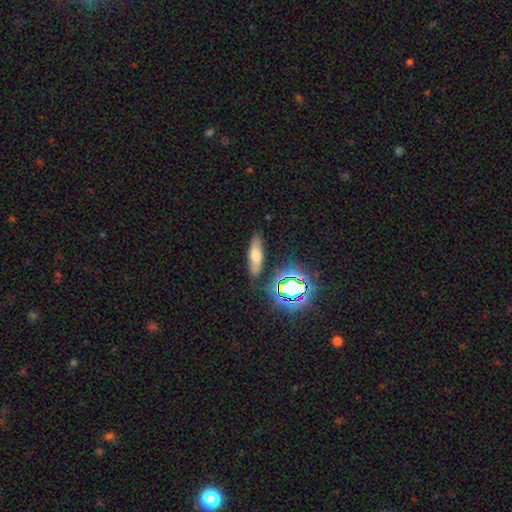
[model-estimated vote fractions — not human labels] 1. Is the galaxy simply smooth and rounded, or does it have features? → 59% smooth, 22% featured or disk, 18% star or artifact.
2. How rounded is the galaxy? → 50% cigar-shaped, 44% in between, 6% round.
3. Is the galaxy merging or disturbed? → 82% none, 12% minor disturbance, 3% major disturbance, 3% merger.